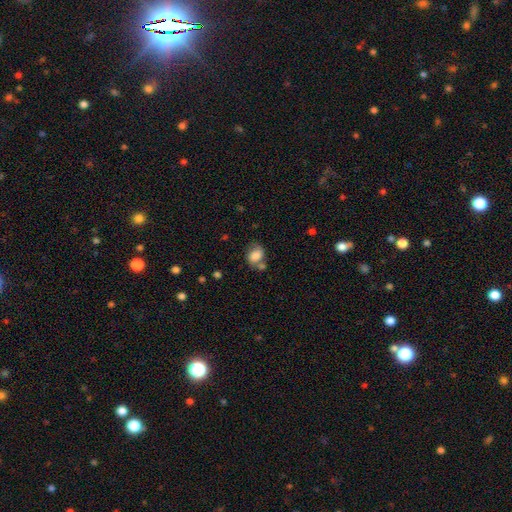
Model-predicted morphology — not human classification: Smooth or featured? Predicted: smooth (p=0.77). How rounded? Predicted: in between (p=0.62). Merging? Predicted: none (p=0.46).